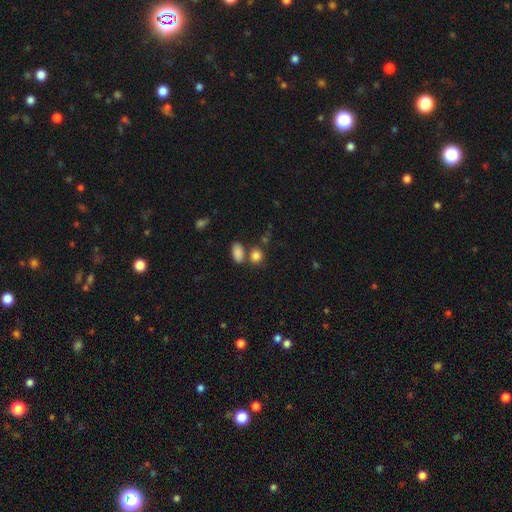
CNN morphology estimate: smooth_or_featured: smooth (p=0.85) [alt: star or artifact p=0.10]
how_rounded: in between (p=0.52) [alt: round p=0.46]
merging: none (p=0.59) [alt: merger p=0.26]